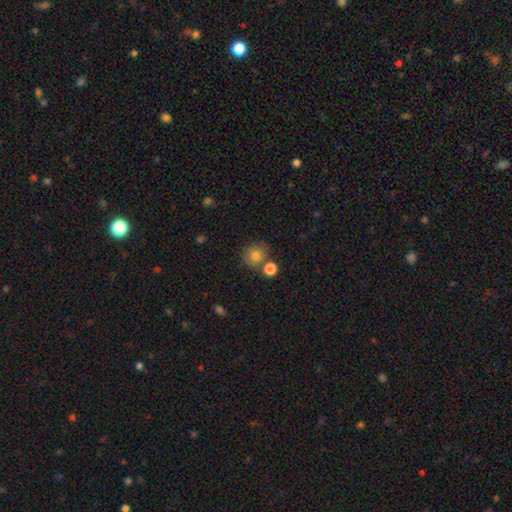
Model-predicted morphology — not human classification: Smooth or featured: smooth — 80% (star or artifact — 12%)
How rounded: round — 86% (in between — 13%)
Merging: none — 69% (merger — 17%)